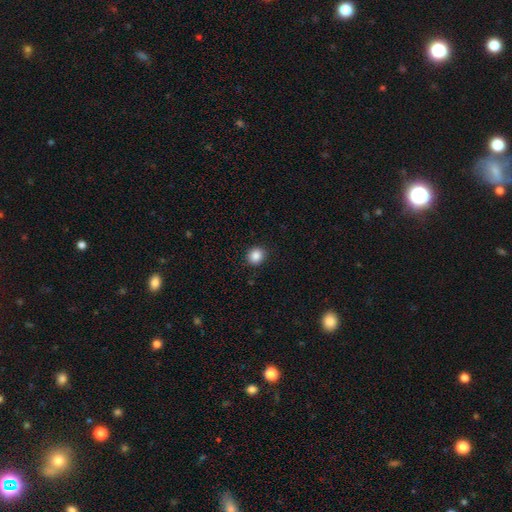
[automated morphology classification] Smooth or featured: smooth — 87% (star or artifact — 10%)
How rounded: round — 82% (in between — 17%)
Merging: none — 91% (minor disturbance — 6%)